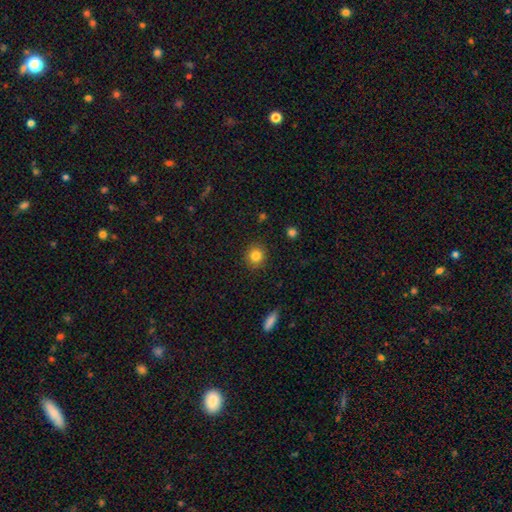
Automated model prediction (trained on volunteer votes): This appears to be a smooth galaxy with no disk features (83%) that is round (91%). Merging: none (90%).